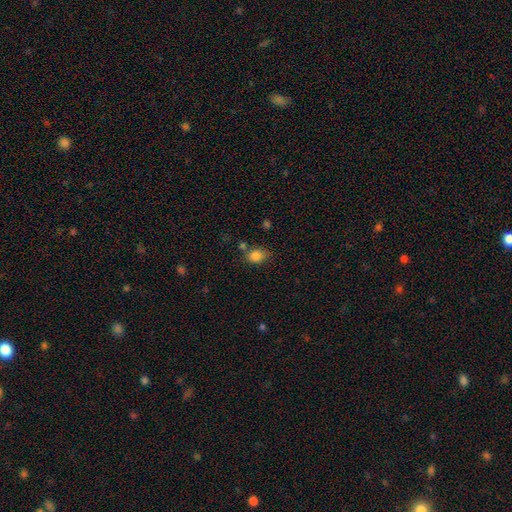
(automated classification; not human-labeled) smooth 84%, star or artifact 10%, featured or disk 5%. Down the decision tree: how rounded — in between (58%); merging — none (63%).